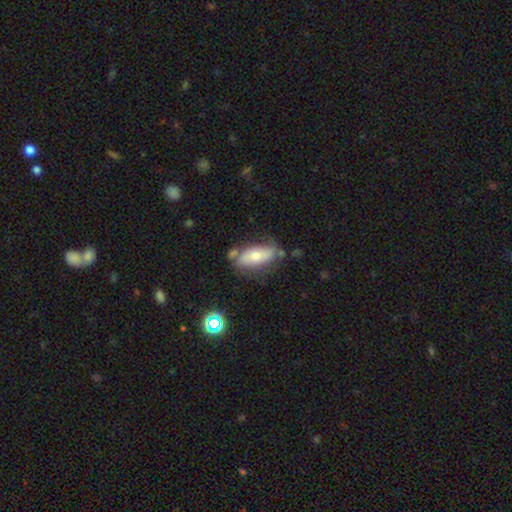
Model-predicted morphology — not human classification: A smooth galaxy with no disk features (54%) that is in between round and cigar-shaped (81%). Merging: none (57%).